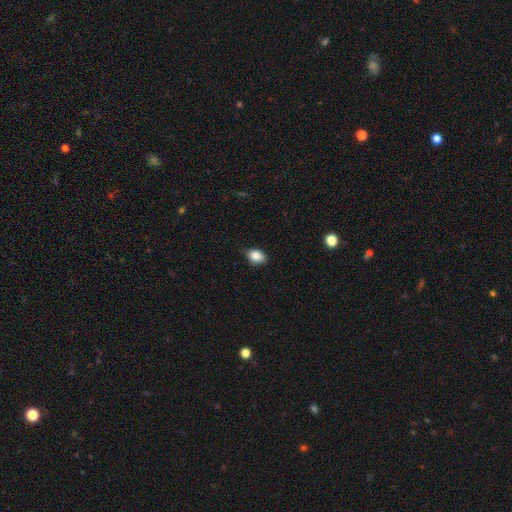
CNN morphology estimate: This is clearly a smooth galaxy (86%). How rounded: likely in between (71%). Merging: clearly none (82%).